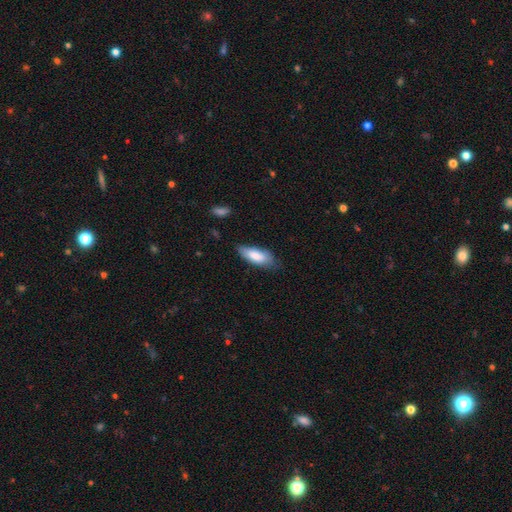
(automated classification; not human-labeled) Smooth or featured? smooth (83%)
How rounded? in between (75%)
Merging? none (66%)